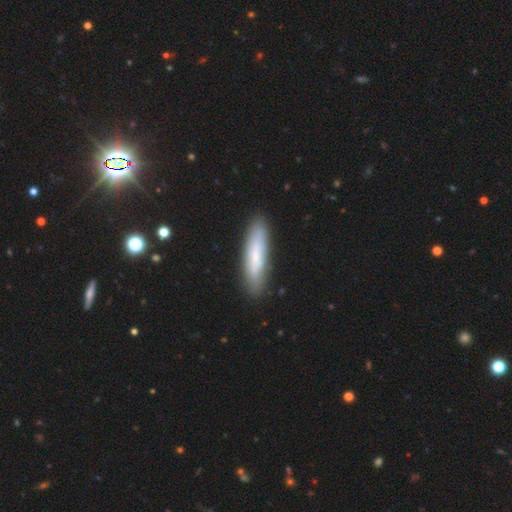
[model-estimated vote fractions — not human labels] A smooth galaxy with no disk features (65%) that is cigar-shaped (78%). Merging: none (86%).